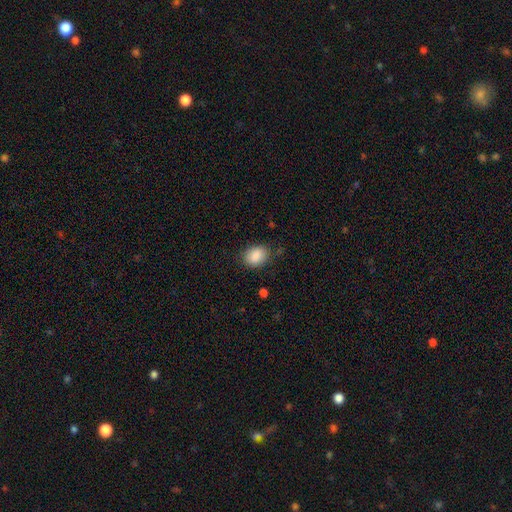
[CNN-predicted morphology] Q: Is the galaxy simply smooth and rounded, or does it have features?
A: smooth — 89%.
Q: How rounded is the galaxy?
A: in between — 69%.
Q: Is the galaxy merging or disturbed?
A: none — 80%.